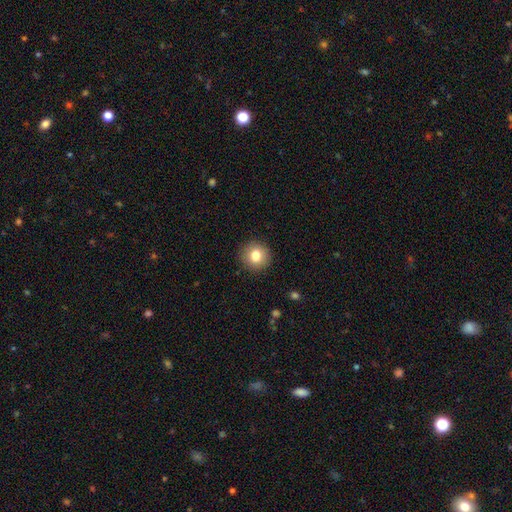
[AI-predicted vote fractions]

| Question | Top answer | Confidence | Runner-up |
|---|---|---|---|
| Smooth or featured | smooth | 81% | featured or disk (10%) |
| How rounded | round | 92% | in between (7%) |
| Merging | none | 91% | minor disturbance (6%) |